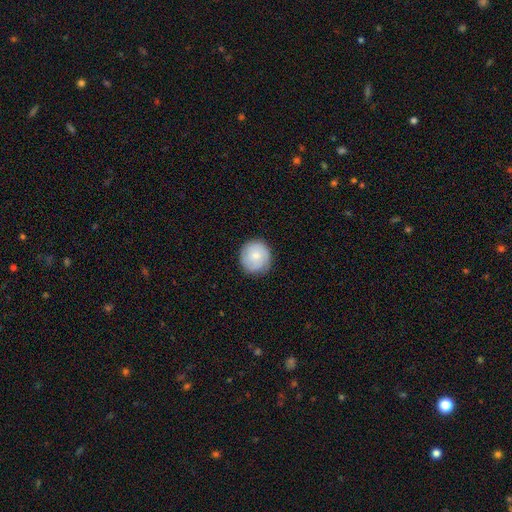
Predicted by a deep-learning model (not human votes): A smooth galaxy with no disk features (71%) that is round (93%).

Vote fractions:
- Smooth or featured? smooth: 71% / featured or disk: 23% / star or artifact: 7%
- How rounded? round: 93% / in between: 7% / cigar-shaped: 1%
- Merging? none: 85% / minor disturbance: 12% / major disturbance: 3% / merger: 1%